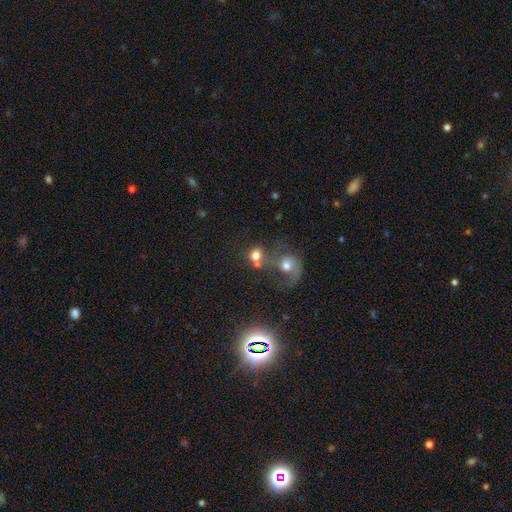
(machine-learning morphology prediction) Smooth or featured? smooth (69%)
How rounded? round (73%)
Merging? merger (57%)